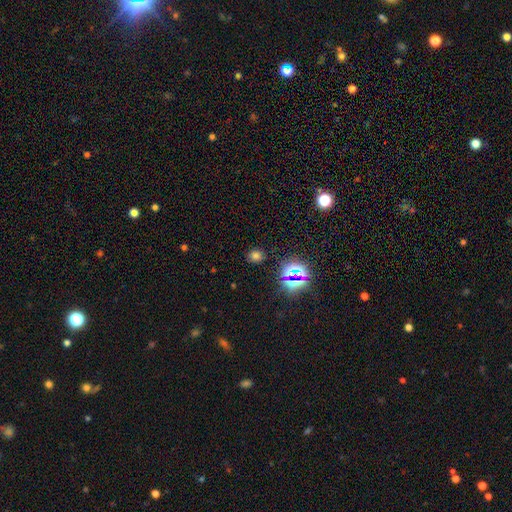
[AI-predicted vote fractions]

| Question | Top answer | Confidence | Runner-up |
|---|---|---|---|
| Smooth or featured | smooth | 64% | star or artifact (30%) |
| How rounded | round | 73% | in between (26%) |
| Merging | none | 86% | minor disturbance (9%) |